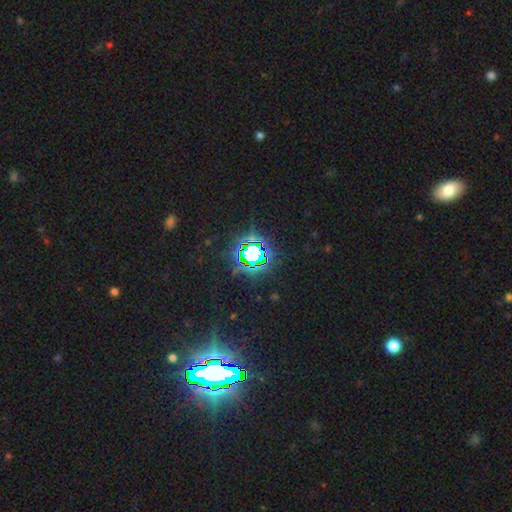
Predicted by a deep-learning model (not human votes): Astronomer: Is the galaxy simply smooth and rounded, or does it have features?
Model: star or artifact — 76%.